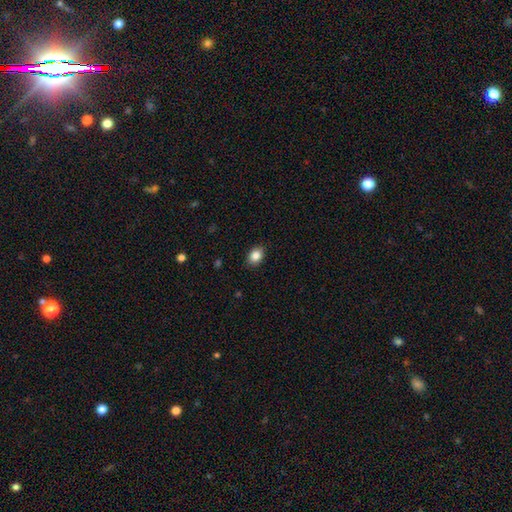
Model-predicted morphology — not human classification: Q: Smooth or featured?
A: smooth (86%); runner-up: star or artifact (9%)
Q: How rounded?
A: in between (69%); runner-up: round (30%)
Q: Merging?
A: none (88%); runner-up: minor disturbance (9%)